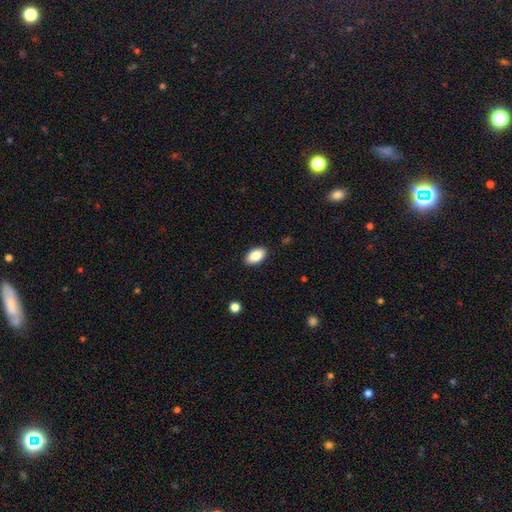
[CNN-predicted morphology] This appears to be a smooth galaxy with no disk features (87%) that is in between round and cigar-shaped (93%). Merging: none (89%).